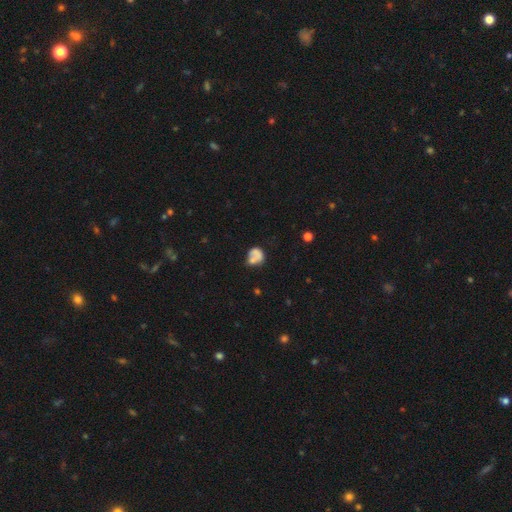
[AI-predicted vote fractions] A smooth galaxy with no disk features (60%) that is round (53%). Merging: none (34%).